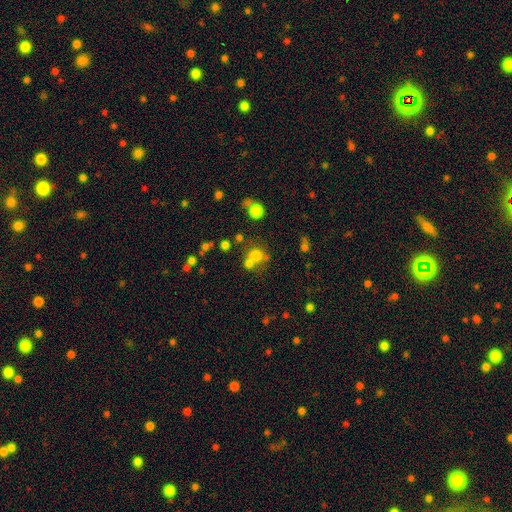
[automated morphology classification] Smooth or featured: smooth — 70% (star or artifact — 18%)
How rounded: round — 83% (in between — 16%)
Merging: none — 51% (merger — 34%)